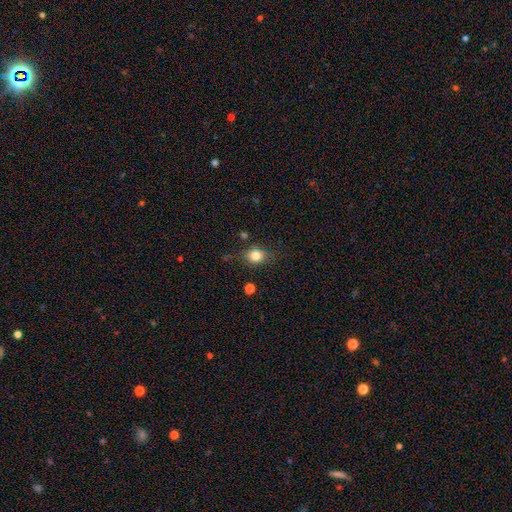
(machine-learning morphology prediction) Smooth or featured: smooth — 81% (star or artifact — 11%)
How rounded: round — 62% (in between — 37%)
Merging: none — 79% (minor disturbance — 15%)